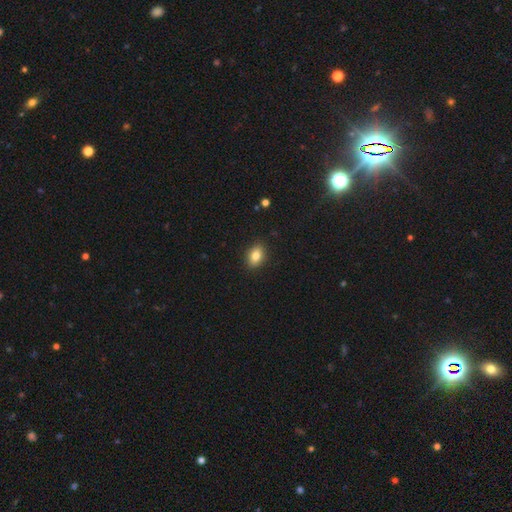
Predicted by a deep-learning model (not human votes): Morphology: type=smooth (83%); roundness=in between (80%); merging=none (89%).